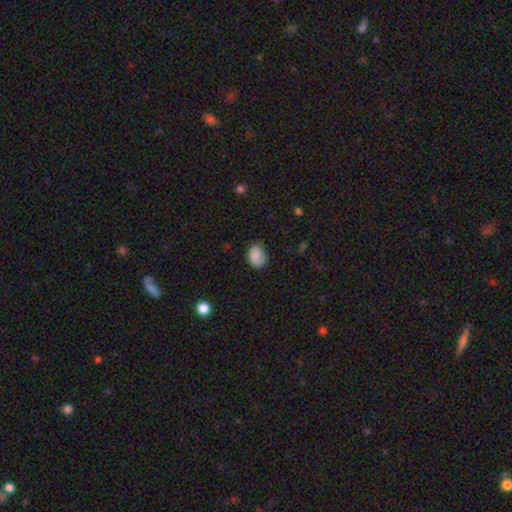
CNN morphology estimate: smooth 80%, featured or disk 12%, star or artifact 8%. Down the decision tree: how rounded — in between (69%); merging — none (60%).